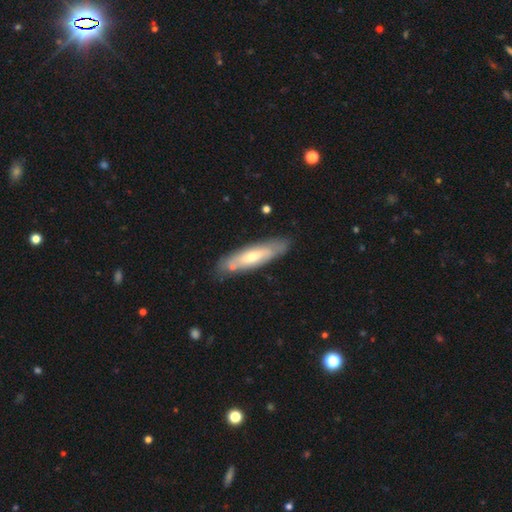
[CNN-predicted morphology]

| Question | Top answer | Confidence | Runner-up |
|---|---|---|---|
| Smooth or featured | featured or disk | 51% | smooth (43%) |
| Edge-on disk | no | 52% | yes (48%) |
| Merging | none | 81% | minor disturbance (13%) |